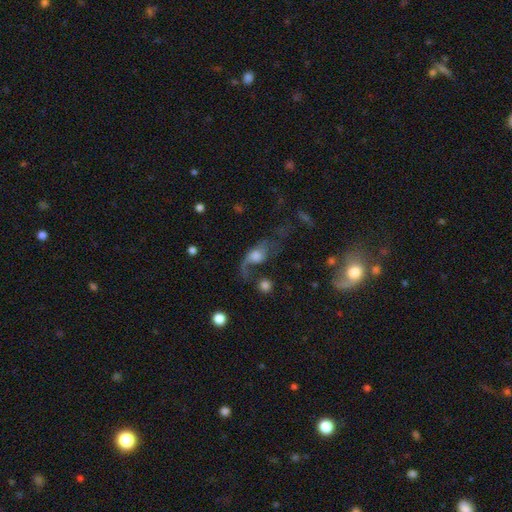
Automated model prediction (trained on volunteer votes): Morphology: type=featured or disk (51%); edge-on=no (90%); merging=major disturbance (49%).